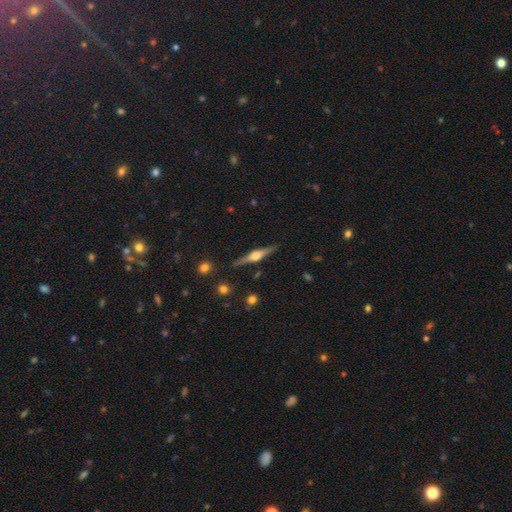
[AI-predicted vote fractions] Smooth or featured: featured or disk — 77% (smooth — 18%)
Edge-on disk: yes — 98% (no — 2%)
Edge-on bulge: rounded — 88% (boxy — 9%)
Merging: none — 89% (minor disturbance — 8%)